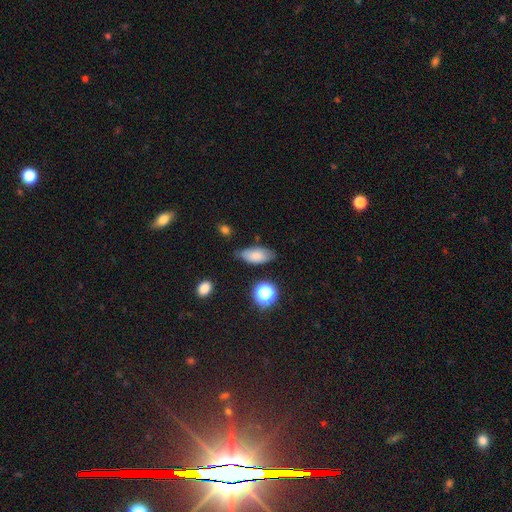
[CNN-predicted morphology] Q: Smooth or featured?
A: smooth (77%); runner-up: featured or disk (14%)
Q: How rounded?
A: in between (87%); runner-up: cigar-shaped (9%)
Q: Merging?
A: none (71%); runner-up: minor disturbance (21%)